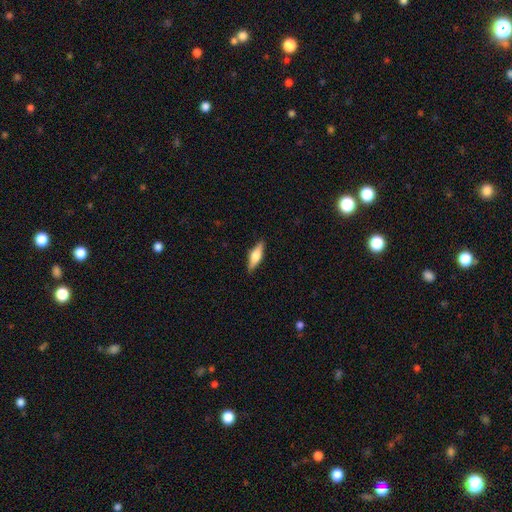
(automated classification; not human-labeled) Overall: smooth (49%; featured or disk 45%). Merging: none (88%).